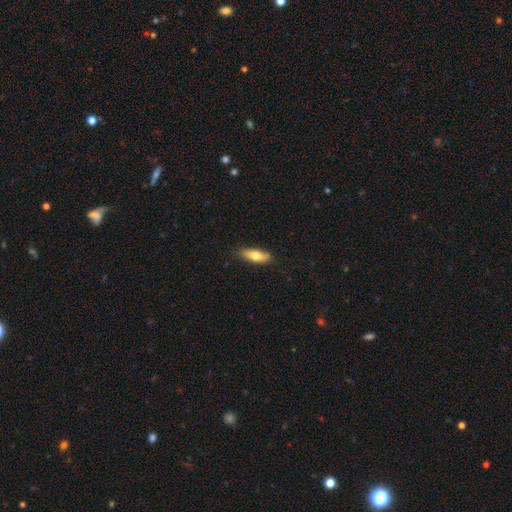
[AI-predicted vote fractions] This is likely a smooth galaxy (72%). How rounded: possibly in between (57%). Merging: clearly none (81%).